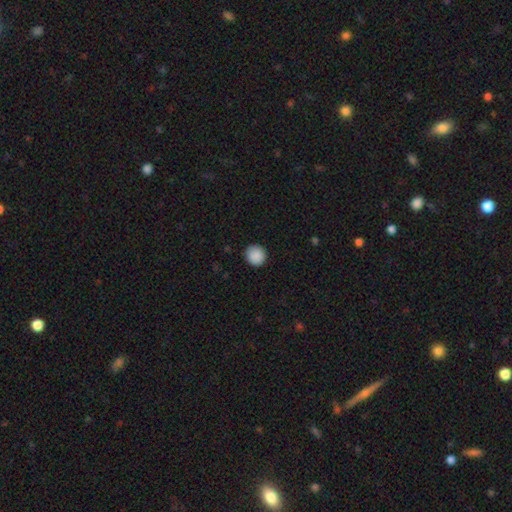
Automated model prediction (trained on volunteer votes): smooth 90%, star or artifact 8%, featured or disk 3%. Down the decision tree: how rounded — round (94%); merging — none (91%).